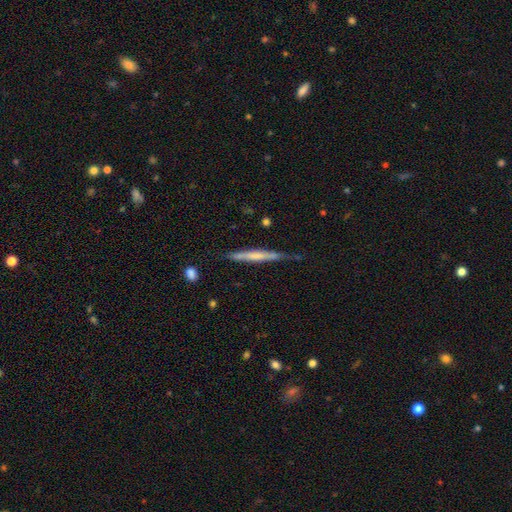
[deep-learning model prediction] Smooth or featured: featured or disk — 52% (smooth — 42%)
Edge-on disk: yes — 96% (no — 4%)
Merging: none — 74% (minor disturbance — 20%)